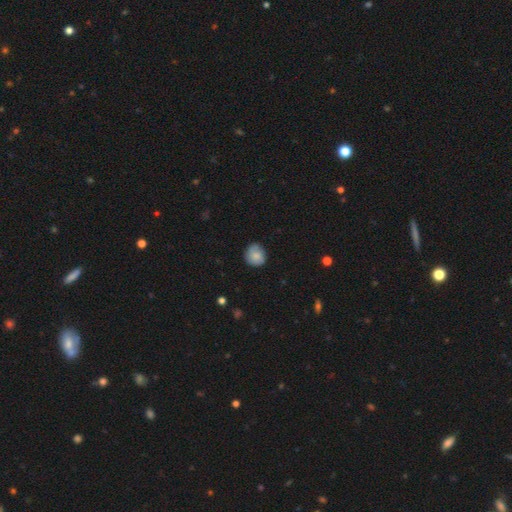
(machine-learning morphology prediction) smooth-or-featured: smooth: 75% | featured or disk: 17% | star or artifact: 7%
  how-rounded: round: 79% | in between: 20% | cigar-shaped: 1%
  merging: none: 73% | minor disturbance: 21% | major disturbance: 4% | merger: 1%